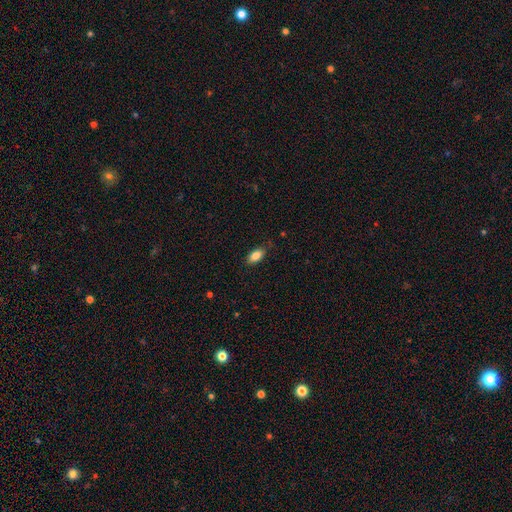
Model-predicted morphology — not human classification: Smooth or featured?
  - smooth: 85% *
  - star or artifact: 8%
  - featured or disk: 7%
How rounded?
  - in between: 91% *
  - cigar-shaped: 5%
  - round: 4%
Merging?
  - none: 82% *
  - minor disturbance: 14%
  - major disturbance: 3%
  - merger: 1%